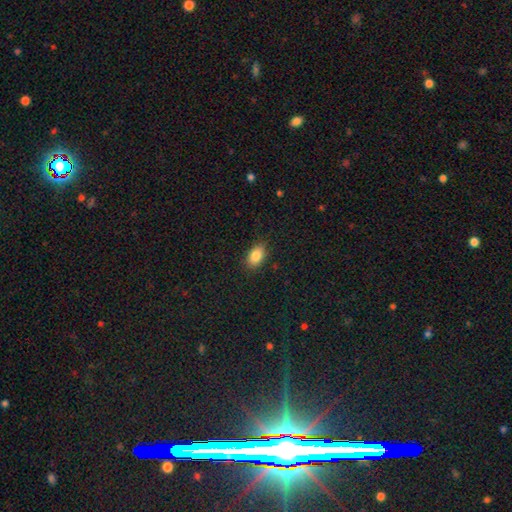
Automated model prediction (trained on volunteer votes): smooth_or_featured: smooth (p=0.86) [alt: star or artifact p=0.08]
how_rounded: in between (p=0.90) [alt: round p=0.08]
merging: none (p=0.87) [alt: minor disturbance p=0.10]